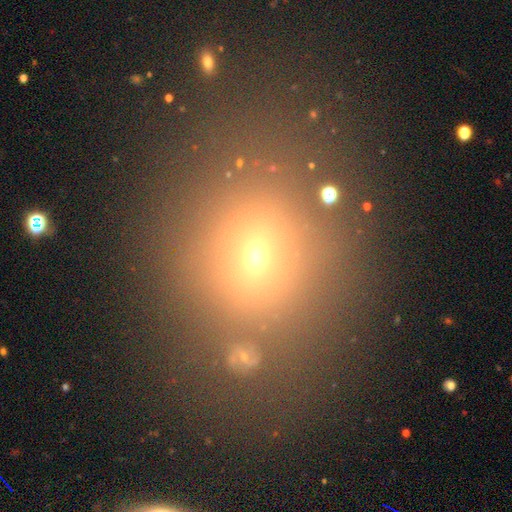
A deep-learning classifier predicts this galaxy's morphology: This is likely a smooth galaxy (62%). How rounded: likely round (78%). Merging: likely none (74%).